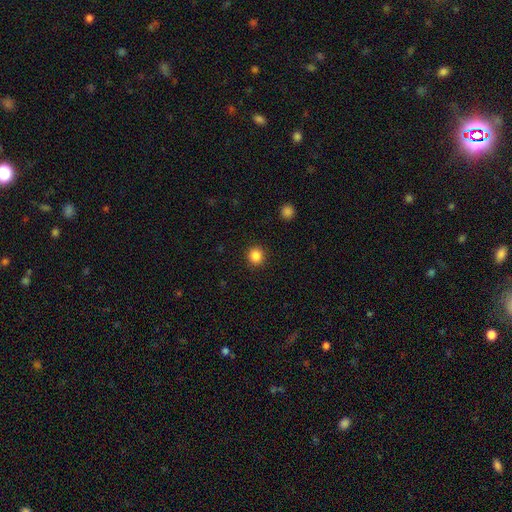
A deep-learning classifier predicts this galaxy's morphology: Smooth or featured? Predicted: smooth (p=0.86). How rounded? Predicted: round (p=0.89). Merging? Predicted: none (p=0.91).